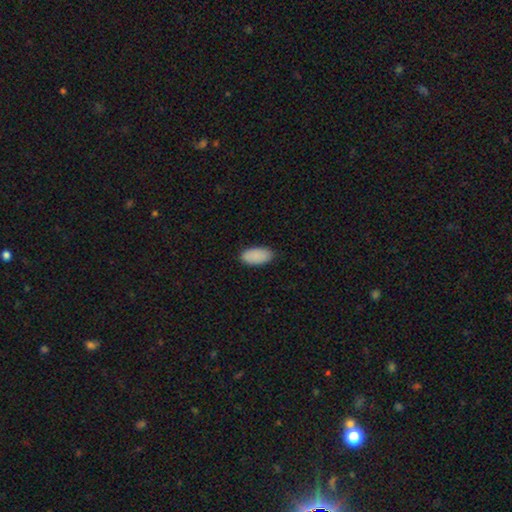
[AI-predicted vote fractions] smooth 90%, star or artifact 6%, featured or disk 4%. Down the decision tree: how rounded — in between (94%); merging — none (85%).